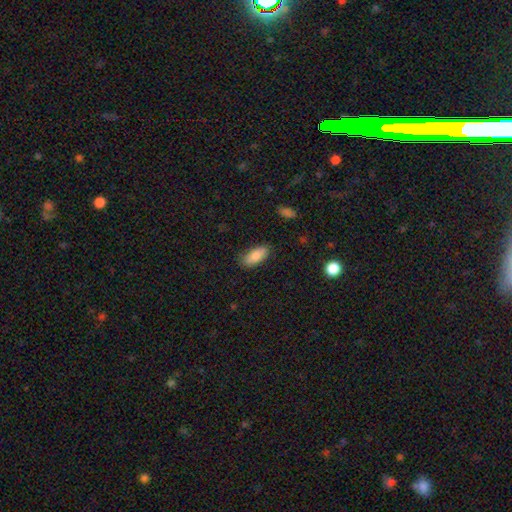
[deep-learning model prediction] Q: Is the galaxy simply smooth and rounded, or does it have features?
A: smooth — 84%.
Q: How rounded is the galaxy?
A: in between — 87%.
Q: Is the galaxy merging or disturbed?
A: none — 84%.